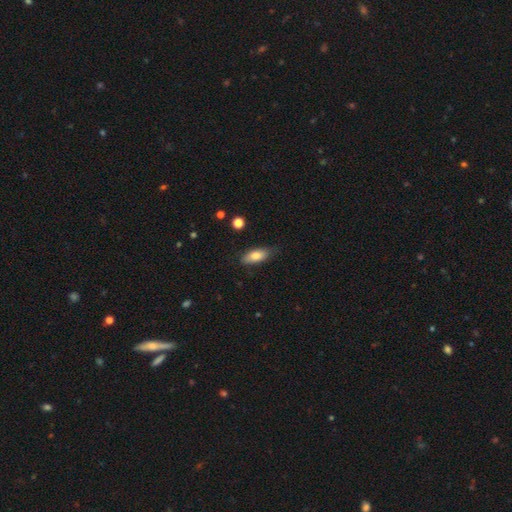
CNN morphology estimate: A smooth galaxy with no disk features (79%) that is in between round and cigar-shaped (78%). Merging: none (78%).